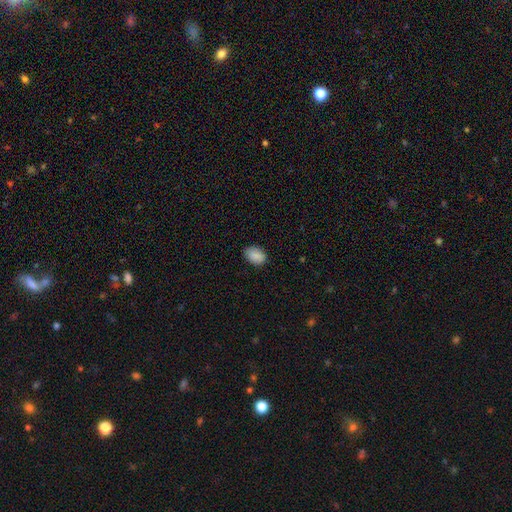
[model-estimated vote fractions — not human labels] A smooth galaxy with no disk features (89%) that is in between round and cigar-shaped (79%).

Vote fractions:
- Smooth or featured? smooth: 89% / star or artifact: 7% / featured or disk: 4%
- How rounded? in between: 79% / round: 20% / cigar-shaped: 1%
- Merging? none: 84% / minor disturbance: 13% / major disturbance: 2% / merger: 1%